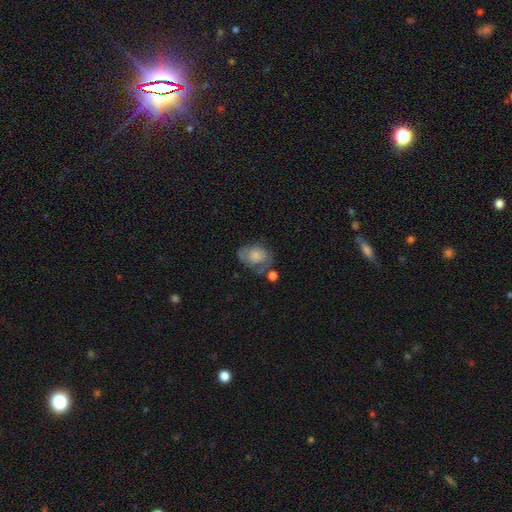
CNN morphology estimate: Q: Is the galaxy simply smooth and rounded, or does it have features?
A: smooth — 64%.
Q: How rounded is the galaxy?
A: in between — 69%.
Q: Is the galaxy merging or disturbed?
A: none — 44%.